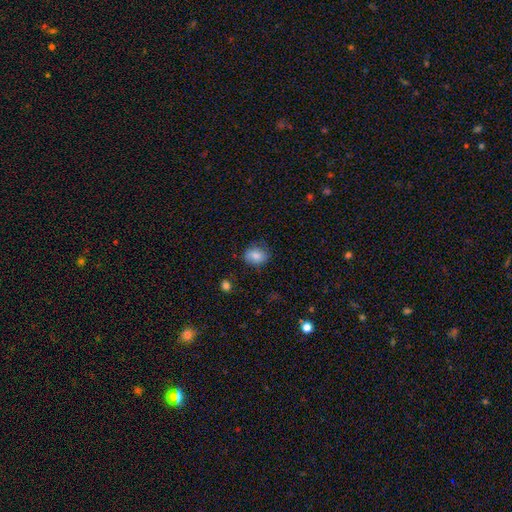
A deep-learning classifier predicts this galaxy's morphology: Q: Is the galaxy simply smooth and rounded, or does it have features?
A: smooth — 81%.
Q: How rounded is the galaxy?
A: in between — 51%.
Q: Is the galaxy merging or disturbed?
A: none — 73%.